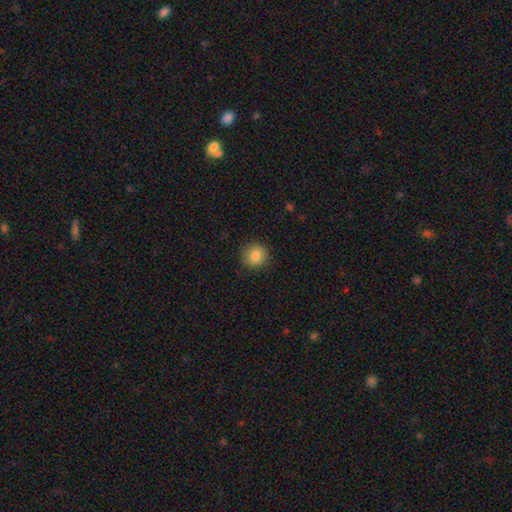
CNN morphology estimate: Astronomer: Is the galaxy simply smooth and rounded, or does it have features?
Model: smooth — 84%.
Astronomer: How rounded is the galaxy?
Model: round — 89%.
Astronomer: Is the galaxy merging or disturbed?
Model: none — 89%.